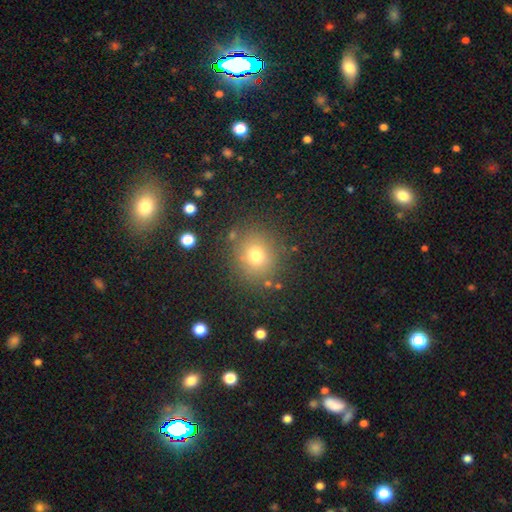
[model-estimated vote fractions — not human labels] This is likely a smooth galaxy (72%). How rounded: clearly round (84%). Merging: clearly none (83%).